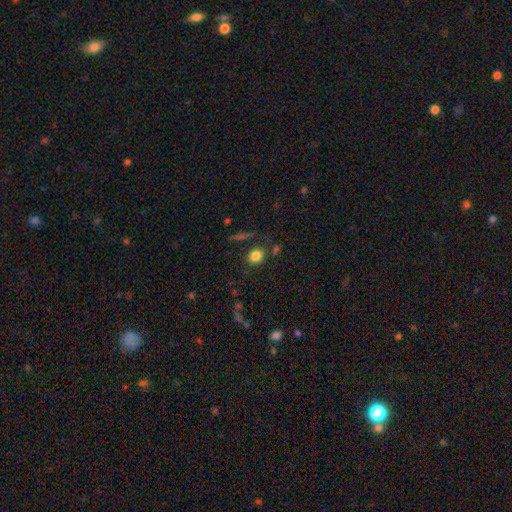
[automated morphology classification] type=smooth (81%); roundness=round (73%); merging=none (78%).